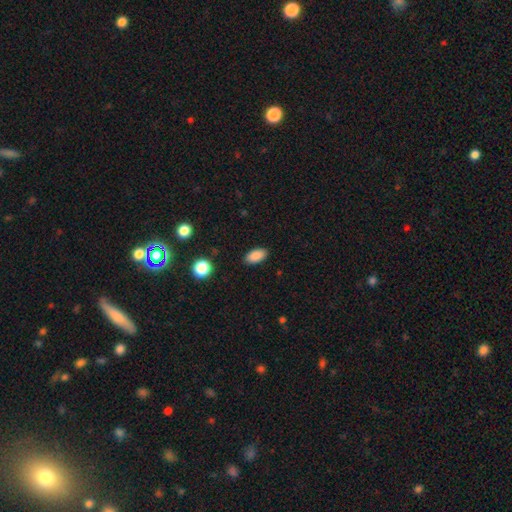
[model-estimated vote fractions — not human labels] Smooth or featured?
  - smooth: 88% *
  - star or artifact: 8%
  - featured or disk: 4%
How rounded?
  - in between: 92% *
  - round: 5%
  - cigar-shaped: 3%
Merging?
  - none: 87% *
  - minor disturbance: 9%
  - major disturbance: 2%
  - merger: 1%